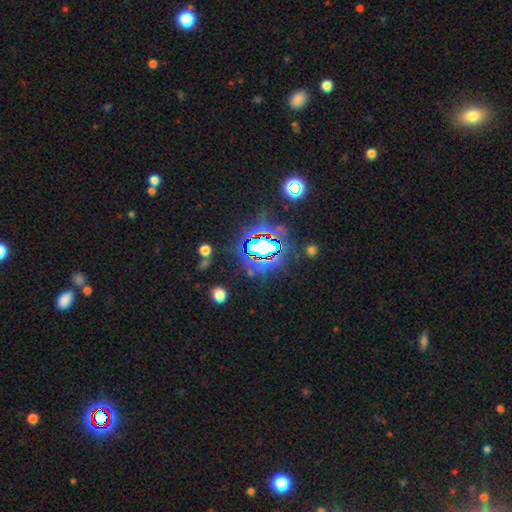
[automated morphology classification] Overall: star or artifact (76%).